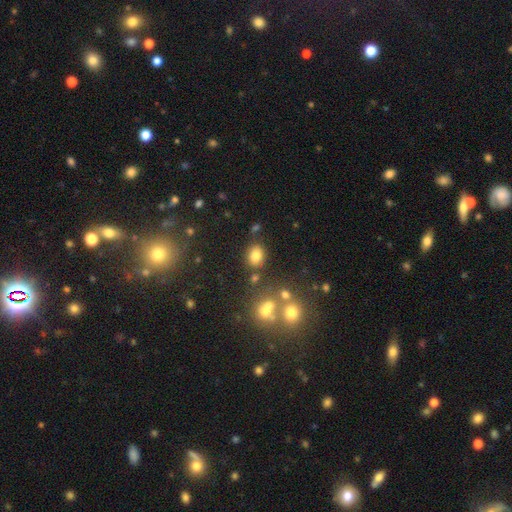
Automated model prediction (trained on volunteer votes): Smooth or featured: smooth — 78% (star or artifact — 13%)
How rounded: in between — 54% (round — 45%)
Merging: none — 78% (minor disturbance — 11%)